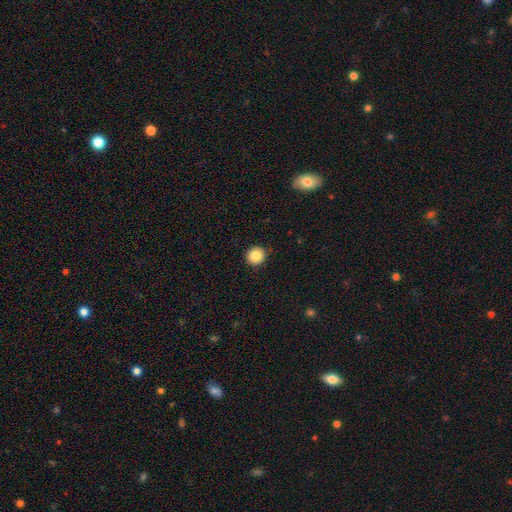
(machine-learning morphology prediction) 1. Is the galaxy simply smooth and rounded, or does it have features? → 84% smooth, 10% star or artifact, 6% featured or disk.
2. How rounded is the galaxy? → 92% round, 7% in between, 1% cigar-shaped.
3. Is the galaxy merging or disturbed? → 92% none, 5% minor disturbance, 2% major disturbance, 1% merger.